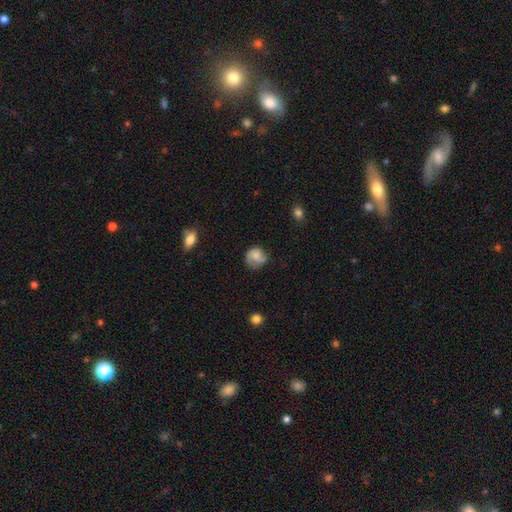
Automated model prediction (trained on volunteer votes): Morphology: type=smooth (51%); roundness=round (76%); merging=none (61%).